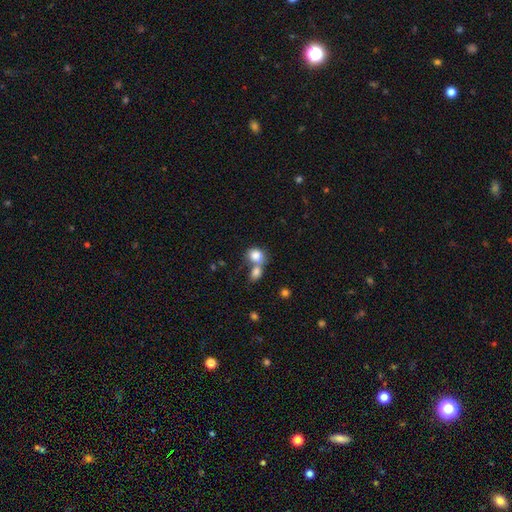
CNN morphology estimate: smooth_or_featured: smooth (p=0.80) [alt: featured or disk p=0.11]
how_rounded: round (p=0.52) [alt: in between p=0.46]
merging: merger (p=0.61) [alt: none p=0.26]